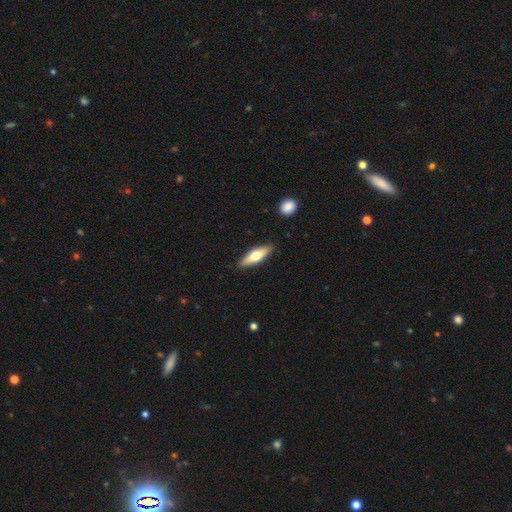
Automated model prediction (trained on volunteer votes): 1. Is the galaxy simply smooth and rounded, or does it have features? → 57% smooth, 38% featured or disk, 5% star or artifact.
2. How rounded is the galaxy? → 58% cigar-shaped, 40% in between, 2% round.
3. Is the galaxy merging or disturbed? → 88% none, 9% minor disturbance, 2% major disturbance, 2% merger.